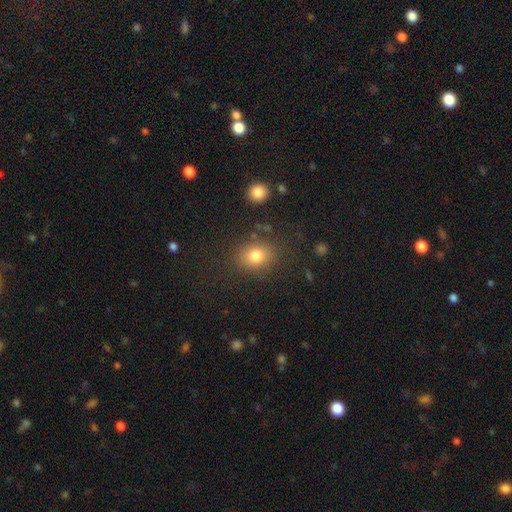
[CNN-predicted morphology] This is likely a smooth galaxy (79%). How rounded: likely round (61%). Merging: clearly none (81%).